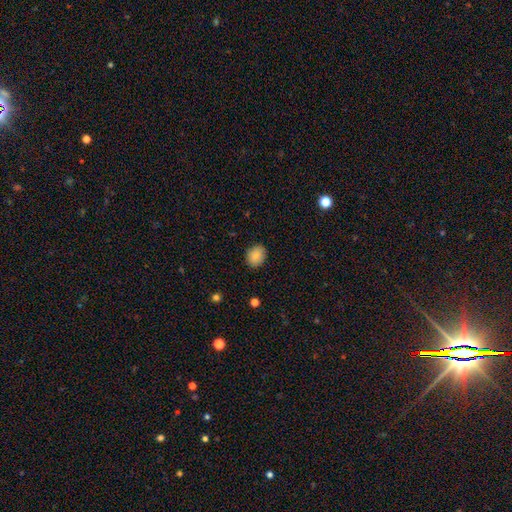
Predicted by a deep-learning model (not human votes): smooth_or_featured: smooth (p=0.86) [alt: star or artifact p=0.08]
how_rounded: round (p=0.56) [alt: in between p=0.43]
merging: none (p=0.87) [alt: minor disturbance p=0.10]